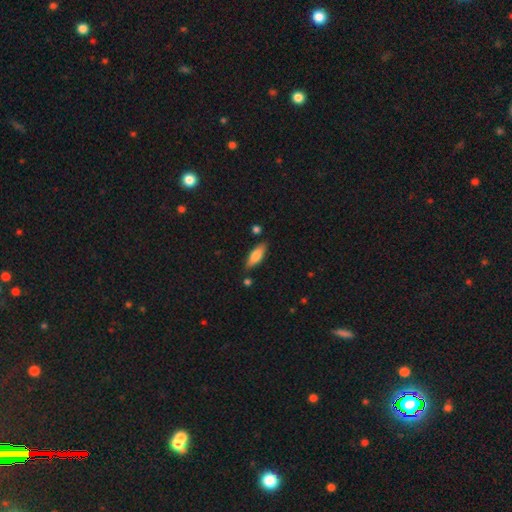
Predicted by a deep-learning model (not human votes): A smooth galaxy with no disk features (73%) that is in between round and cigar-shaped (58%).

Vote fractions:
- Smooth or featured? smooth: 73% / featured or disk: 21% / star or artifact: 6%
- How rounded? in between: 58% / cigar-shaped: 40% / round: 2%
- Merging? none: 81% / minor disturbance: 13% / merger: 4% / major disturbance: 3%